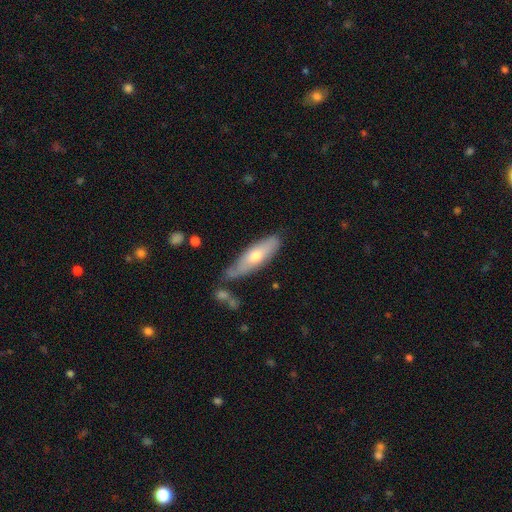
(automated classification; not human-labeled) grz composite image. It shows a smooth galaxy with no disk features (53%) that is cigar-shaped (53%). Merging: none (67%).